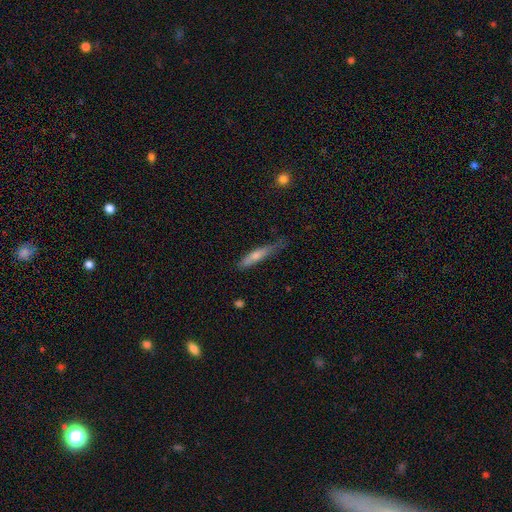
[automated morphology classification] The model was most divided on "merging": none: 60%, minor disturbance: 31%, major disturbance: 7%, merger: 2%. More confident: how rounded — cigar-shaped (85%); smooth or featured — smooth (67%).